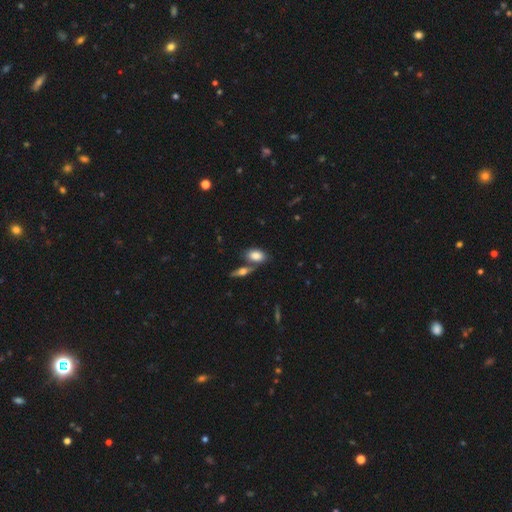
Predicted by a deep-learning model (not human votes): Overall: smooth (80%). How rounded: in between (89%). Merging: none (60%; merger 26%).